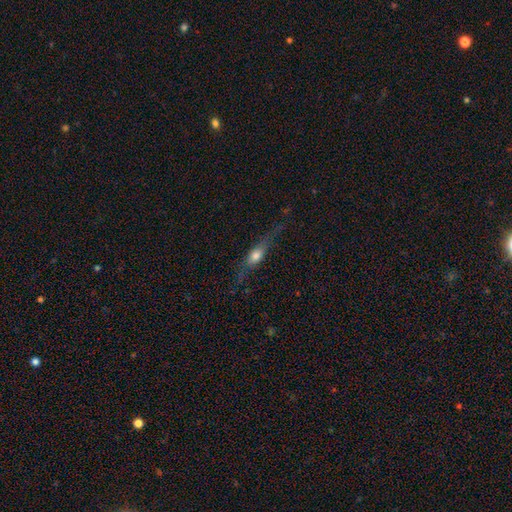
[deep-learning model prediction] Smooth or featured?
  - featured or disk: 47% *
  - smooth: 44%
  - star or artifact: 8%
Merging?
  - none: 63% *
  - minor disturbance: 21%
  - major disturbance: 14%
  - merger: 2%